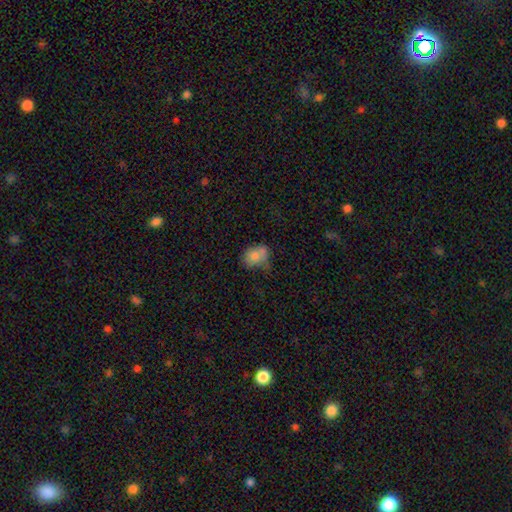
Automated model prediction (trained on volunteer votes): Q: Smooth or featured?
A: smooth (74%); runner-up: featured or disk (17%)
Q: How rounded?
A: in between (61%); runner-up: round (38%)
Q: Merging?
A: none (41%); runner-up: minor disturbance (29%)